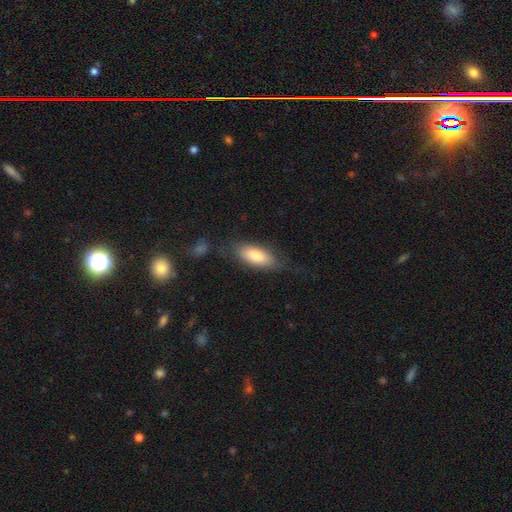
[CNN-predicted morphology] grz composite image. It shows a smooth galaxy with no disk features (76%) that is in between round and cigar-shaped (76%). Merging: none (68%).